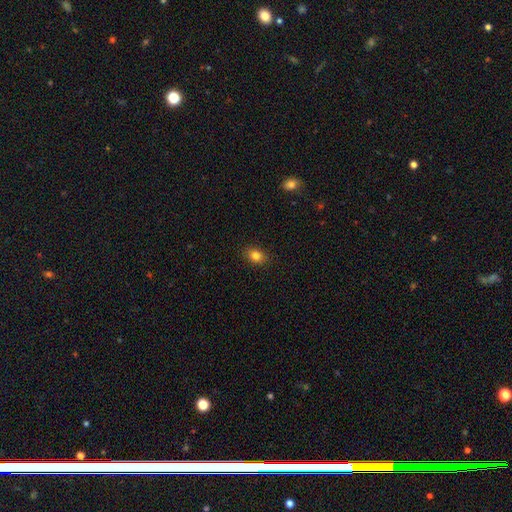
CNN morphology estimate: Smooth or featured? smooth (82%)
How rounded? in between (66%)
Merging? none (89%)